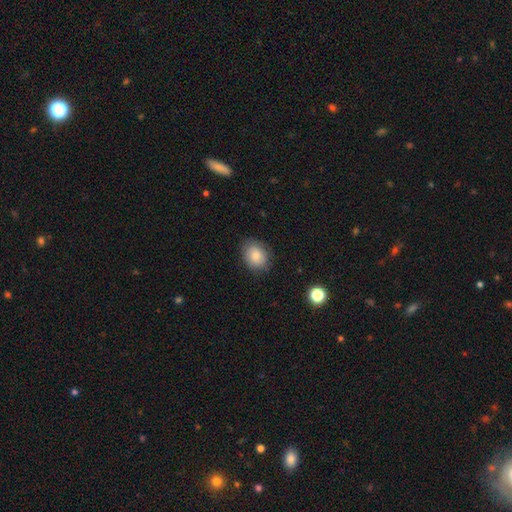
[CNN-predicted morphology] Overall: smooth (82%). How rounded: in between (54%; round 45%). Merging: none (82%).